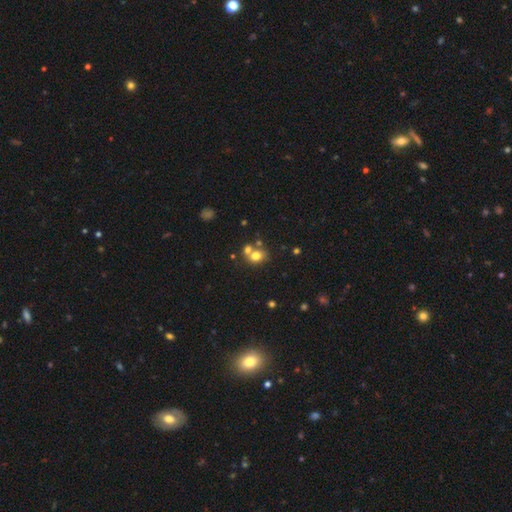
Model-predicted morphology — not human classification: type=smooth (72%); roundness=round (61%); merging=none (47%).